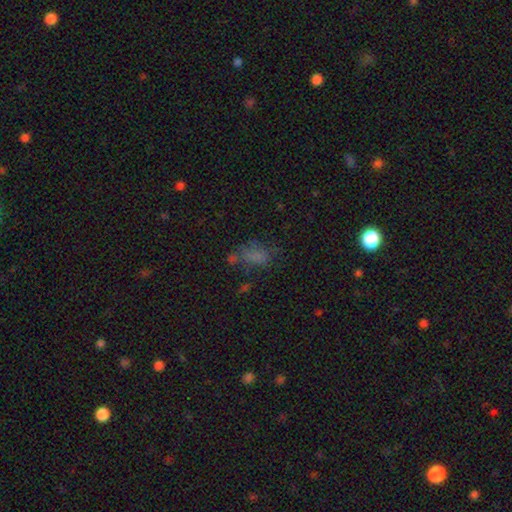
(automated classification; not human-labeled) Smooth or featured? smooth (66%)
How rounded? in between (84%)
Merging? none (42%)